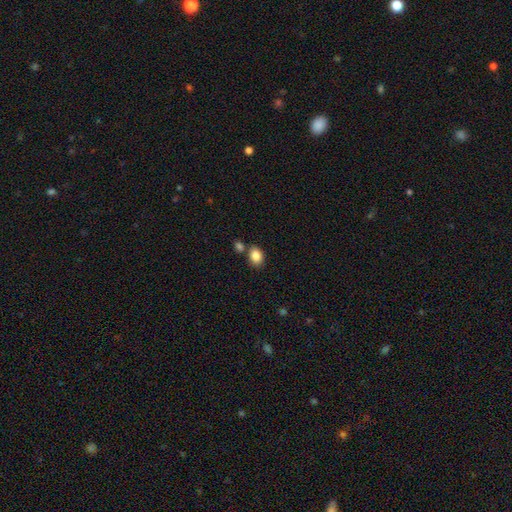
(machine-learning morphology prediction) Smooth or featured? smooth (86%)
How rounded? in between (68%)
Merging? none (70%)